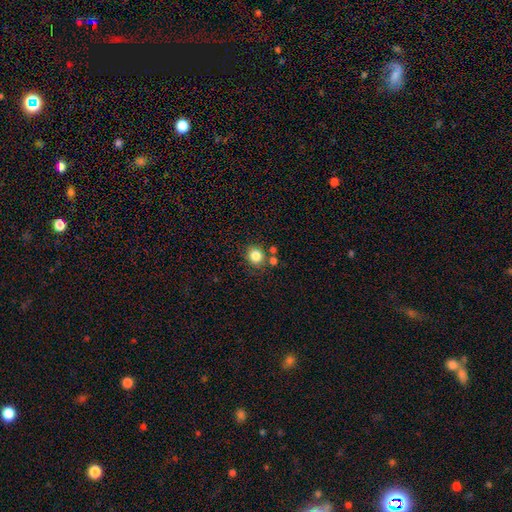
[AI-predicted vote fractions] This is clearly a smooth galaxy (83%). How rounded: clearly round (85%). Merging: likely none (73%).